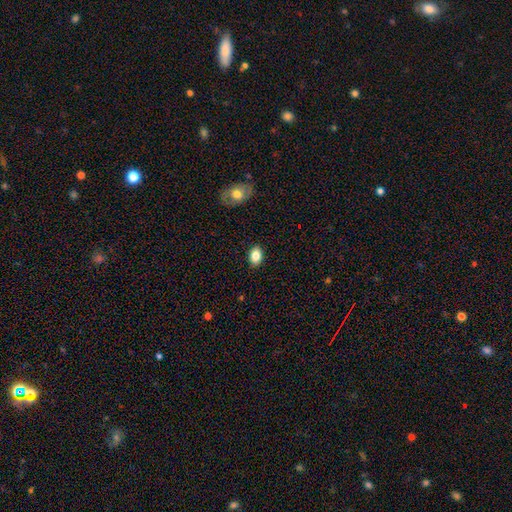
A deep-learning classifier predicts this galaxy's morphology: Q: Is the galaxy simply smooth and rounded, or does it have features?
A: smooth — 83%.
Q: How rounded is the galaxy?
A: in between — 82%.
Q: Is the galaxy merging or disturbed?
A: none — 89%.